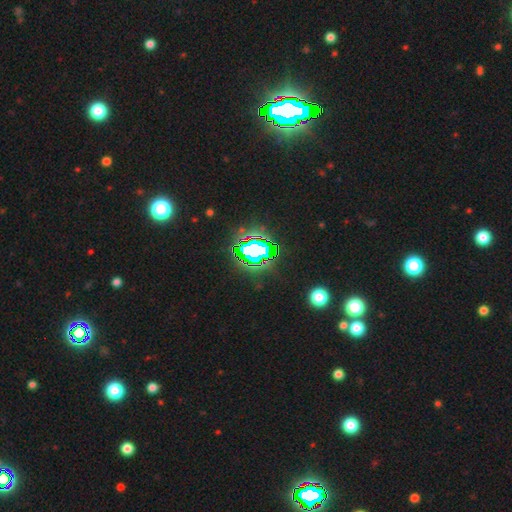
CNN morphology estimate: A star or artifact, not a galaxy (80%).